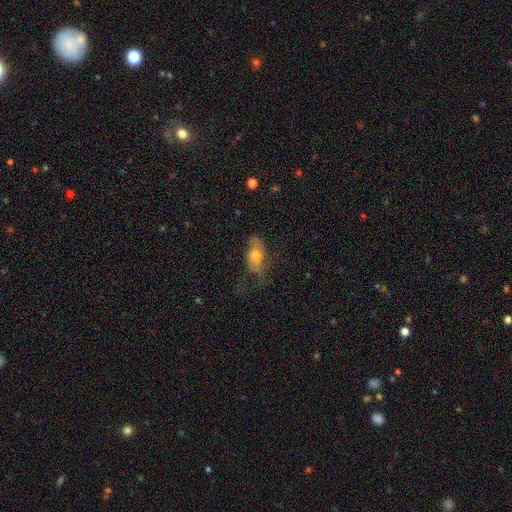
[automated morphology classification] smooth 61%, featured or disk 31%, star or artifact 8%. Down the decision tree: how rounded — in between (86%); merging — none (41%).